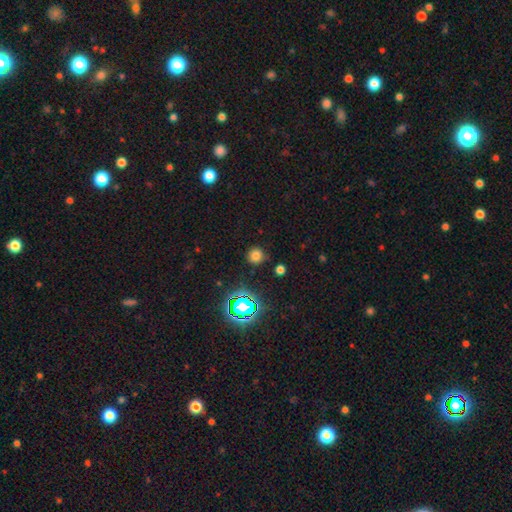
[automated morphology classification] smooth_or_featured: smooth (p=0.71) [alt: star or artifact p=0.22]
how_rounded: round (p=0.92) [alt: in between p=0.07]
merging: none (p=0.86) [alt: minor disturbance p=0.09]